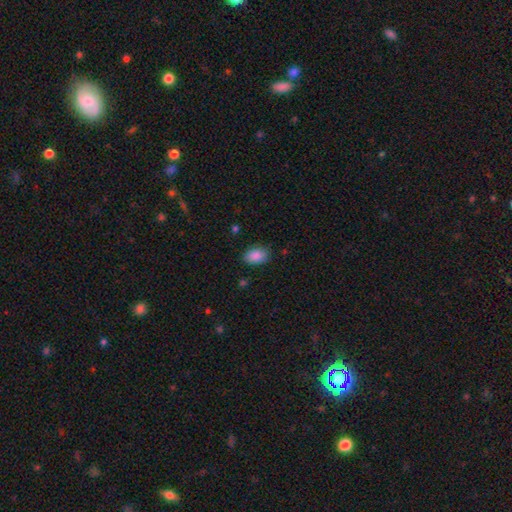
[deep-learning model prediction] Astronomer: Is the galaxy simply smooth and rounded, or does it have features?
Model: smooth — 88%.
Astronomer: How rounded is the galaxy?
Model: in between — 88%.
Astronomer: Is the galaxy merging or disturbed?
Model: none — 82%.